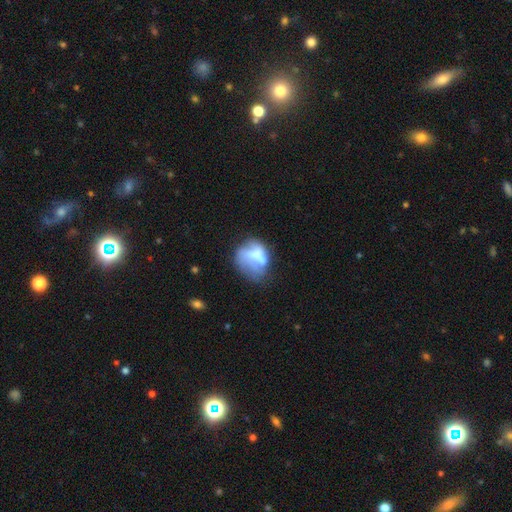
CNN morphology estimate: smooth 47%, featured or disk 43%, star or artifact 10%. Down the decision tree: merging — none (31%).